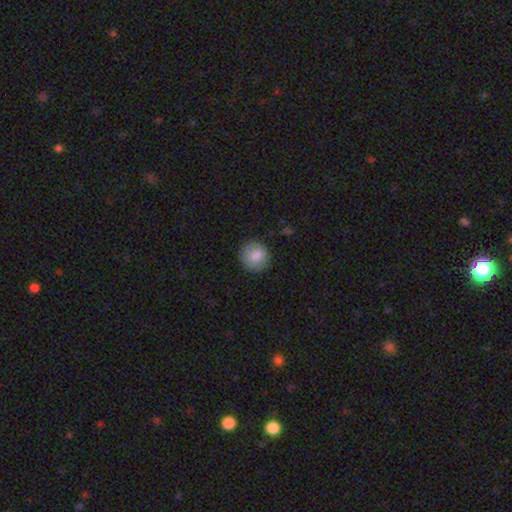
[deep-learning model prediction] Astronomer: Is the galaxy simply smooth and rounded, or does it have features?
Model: smooth — 83%.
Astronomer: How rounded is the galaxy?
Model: round — 89%.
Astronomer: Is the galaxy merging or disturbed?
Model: none — 84%.